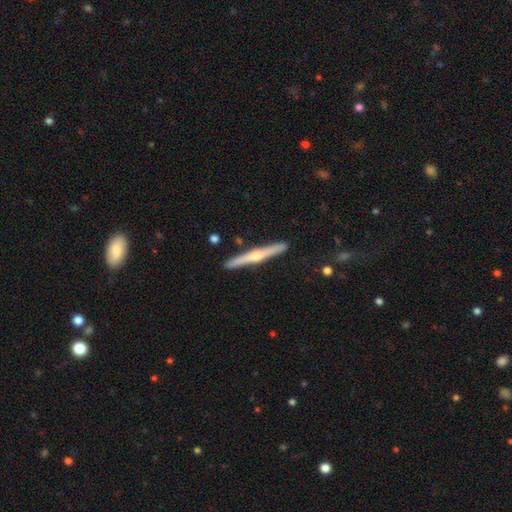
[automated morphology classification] smooth-or-featured: featured or disk: 71% | smooth: 24% | star or artifact: 5%
  disk-edge-on: yes: 98% | no: 2%
    edge-on-bulge: rounded: 86% | none: 9% | boxy: 4%
  merging: none: 91% | minor disturbance: 6% | merger: 1% | major disturbance: 1%